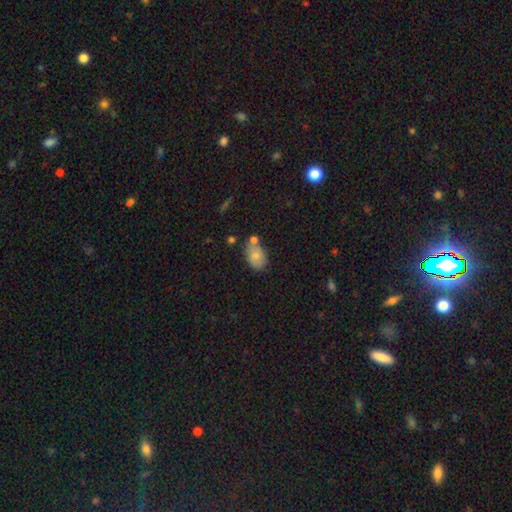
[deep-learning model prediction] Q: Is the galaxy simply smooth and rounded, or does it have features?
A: smooth — 77%.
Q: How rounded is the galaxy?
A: in between — 87%.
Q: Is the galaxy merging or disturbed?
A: none — 55%.